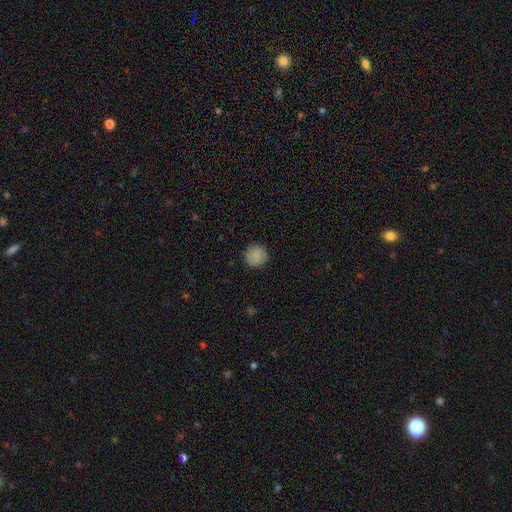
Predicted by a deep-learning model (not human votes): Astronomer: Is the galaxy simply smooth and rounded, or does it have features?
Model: smooth — 88%.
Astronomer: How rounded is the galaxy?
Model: round — 94%.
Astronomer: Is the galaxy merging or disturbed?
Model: none — 90%.